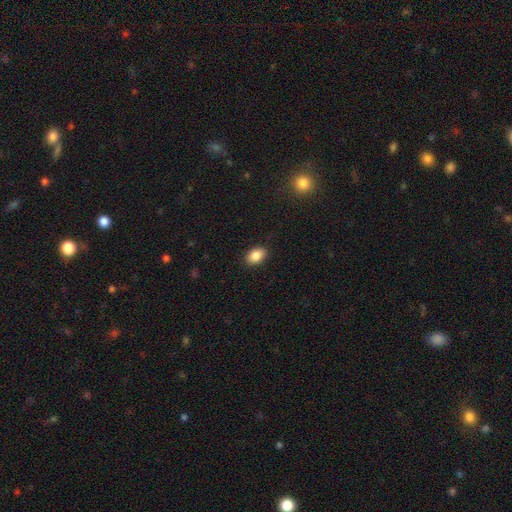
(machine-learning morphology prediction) This appears to be a smooth galaxy with no disk features (87%) that is in between round and cigar-shaped (85%). Merging: none (89%).